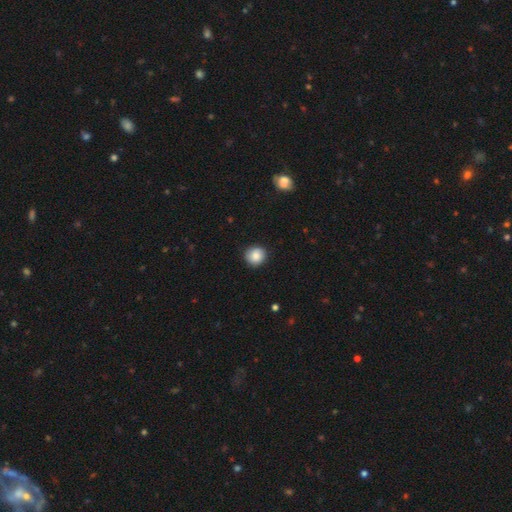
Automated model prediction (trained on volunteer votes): A smooth galaxy with no disk features (84%) that is round (89%).

Vote fractions:
- Smooth or featured? smooth: 84% / star or artifact: 8% / featured or disk: 7%
- How rounded? round: 89% / in between: 10% / cigar-shaped: 1%
- Merging? none: 85% / minor disturbance: 12% / major disturbance: 2% / merger: 1%